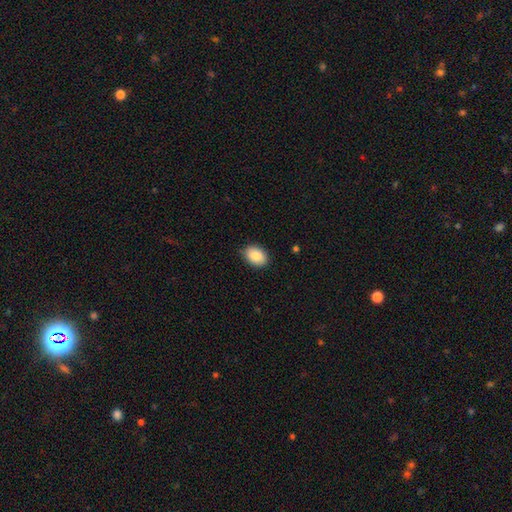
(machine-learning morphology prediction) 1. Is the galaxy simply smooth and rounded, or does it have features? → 87% smooth, 7% star or artifact, 5% featured or disk.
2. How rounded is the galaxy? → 79% in between, 20% round, 1% cigar-shaped.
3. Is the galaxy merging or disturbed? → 86% none, 11% minor disturbance, 2% major disturbance, 1% merger.